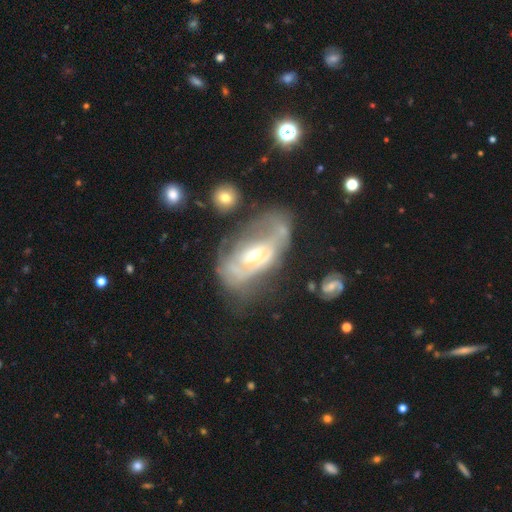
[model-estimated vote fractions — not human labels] Smooth or featured? Predicted: featured or disk (p=0.76). Edge-on disk? Predicted: no (p=0.92). Bar? Predicted: no (p=0.55). Spiral arms? Predicted: yes (p=0.67). Bulge size? Predicted: moderate (p=0.49). Merging? Predicted: none (p=0.39).